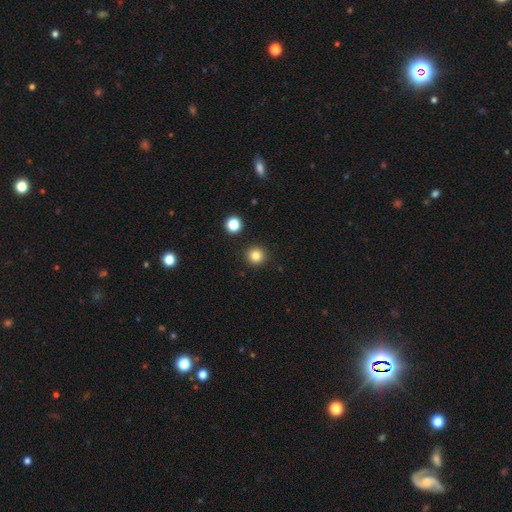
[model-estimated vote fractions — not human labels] This appears to be a smooth galaxy with no disk features (83%) that is round (95%). Merging: none (92%).